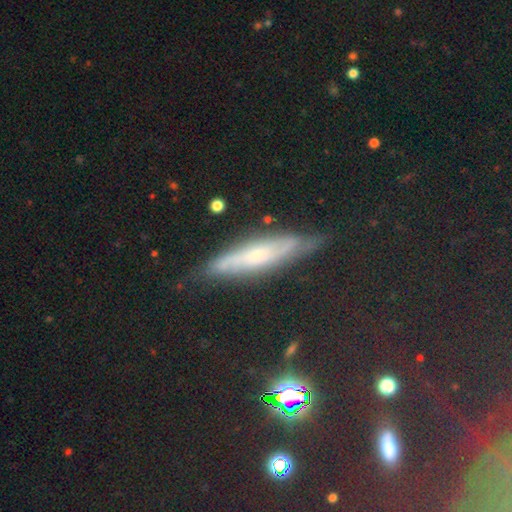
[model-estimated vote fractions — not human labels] smooth_or_featured: featured or disk (p=0.52) [alt: smooth p=0.28]
disk_edge_on: yes (p=0.62) [alt: no p=0.38]
merging: none (p=0.74) [alt: minor disturbance p=0.19]